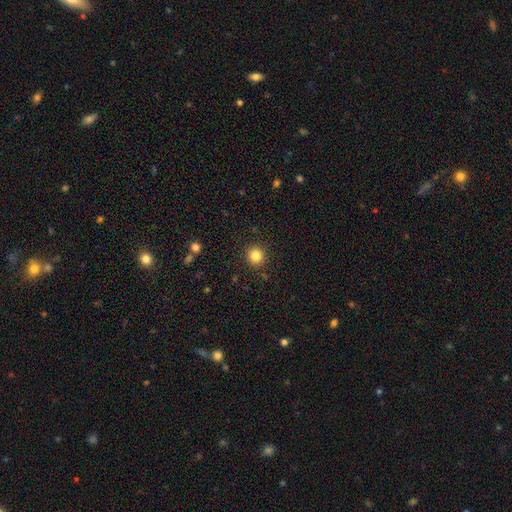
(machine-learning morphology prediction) type=smooth (84%); roundness=round (93%); merging=none (91%).